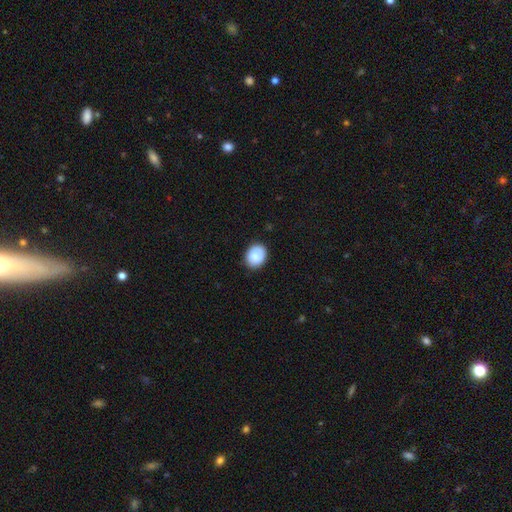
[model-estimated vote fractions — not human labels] Q: Smooth or featured?
A: smooth (86%); runner-up: star or artifact (7%)
Q: How rounded?
A: round (55%); runner-up: in between (44%)
Q: Merging?
A: none (85%); runner-up: minor disturbance (12%)